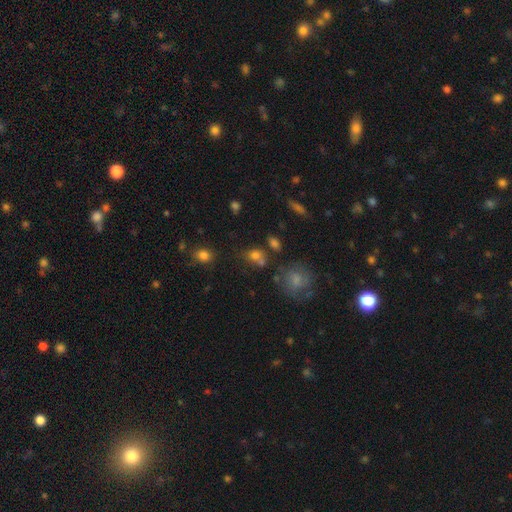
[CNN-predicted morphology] Q: Smooth or featured?
A: smooth (73%); runner-up: star or artifact (16%)
Q: How rounded?
A: round (52%); runner-up: in between (46%)
Q: Merging?
A: none (50%); runner-up: merger (26%)